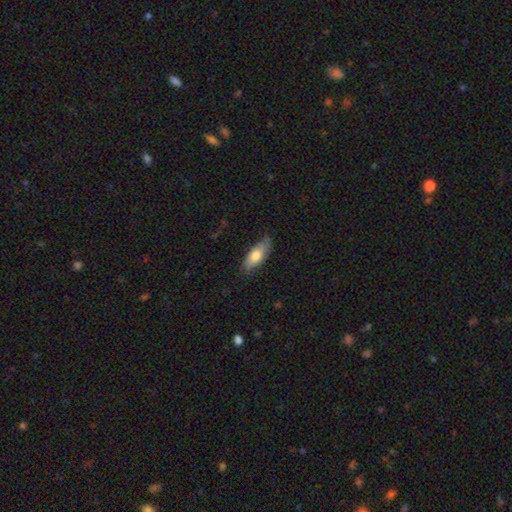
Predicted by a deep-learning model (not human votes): A smooth galaxy with no disk features (68%) that is in between round and cigar-shaped (77%). Merging: none (72%).